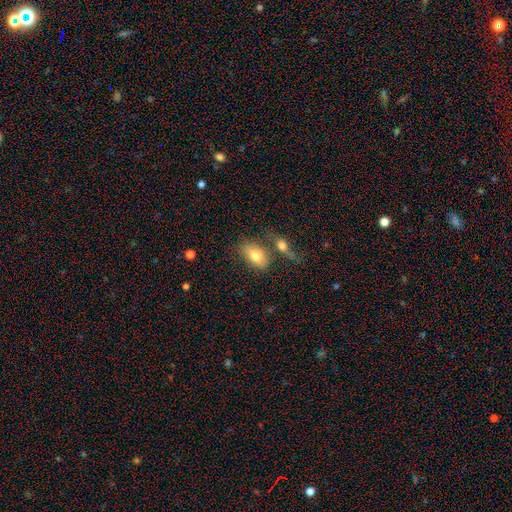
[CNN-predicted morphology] The model was most divided on "merging": none: 50%, merger: 29%, minor disturbance: 14%, major disturbance: 7%. More confident: how rounded — in between (89%); smooth or featured — smooth (77%).